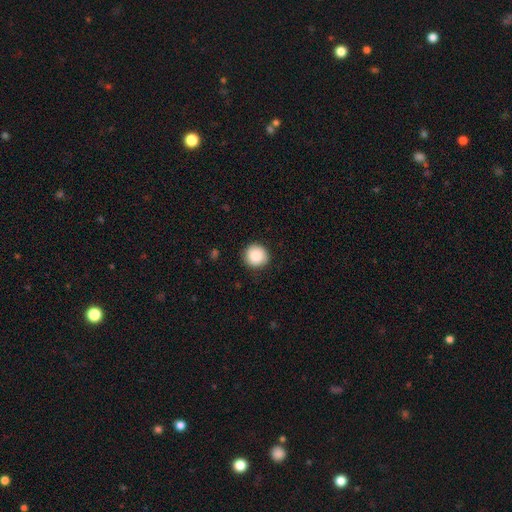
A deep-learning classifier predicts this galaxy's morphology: smooth_or_featured: smooth (p=0.87) [alt: star or artifact p=0.08]
how_rounded: round (p=0.94) [alt: in between p=0.05]
merging: none (p=0.88) [alt: minor disturbance p=0.08]